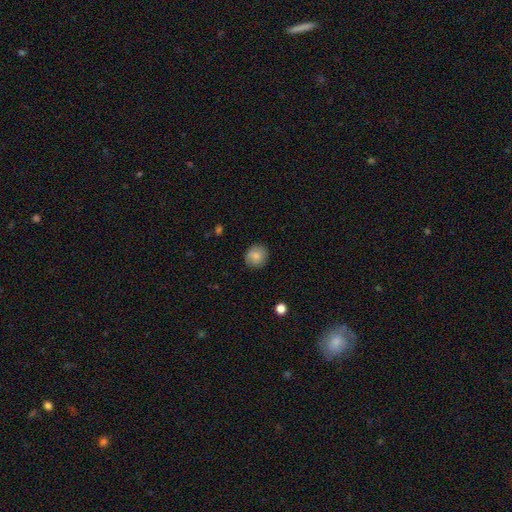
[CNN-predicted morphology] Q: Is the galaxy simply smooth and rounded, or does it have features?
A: smooth — 83%.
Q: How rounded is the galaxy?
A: round — 89%.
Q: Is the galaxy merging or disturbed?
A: none — 87%.